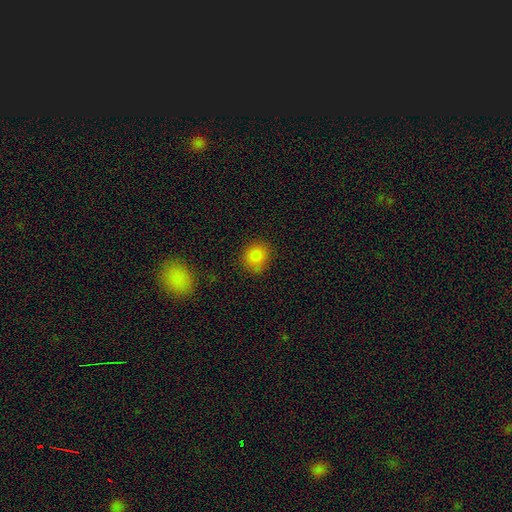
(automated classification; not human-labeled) Smooth or featured: smooth — 84% (star or artifact — 12%)
How rounded: round — 76% (in between — 23%)
Merging: none — 80% (minor disturbance — 14%)